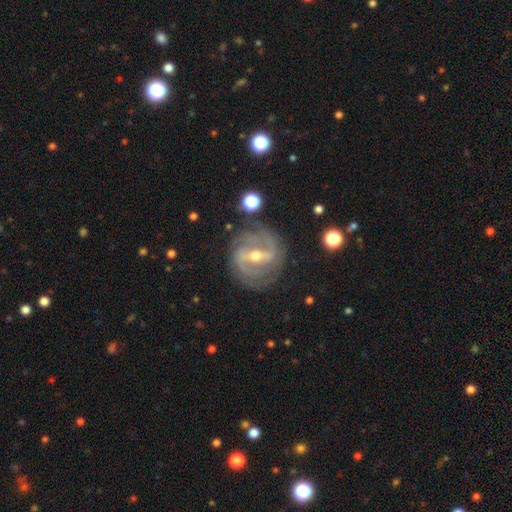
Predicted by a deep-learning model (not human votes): Smooth or featured: featured or disk — 87% (smooth — 7%)
Edge-on disk: no — 94% (yes — 6%)
Bar: strong — 65% (weak — 27%)
Spiral arms: yes — 91% (no — 9%)
Spiral winding: tight — 47% (medium — 39%)
Spiral arm count: 2 — 65% (can't tell — 15%)
Bulge size: moderate — 56% (small — 40%)
Merging: none — 79% (minor disturbance — 13%)